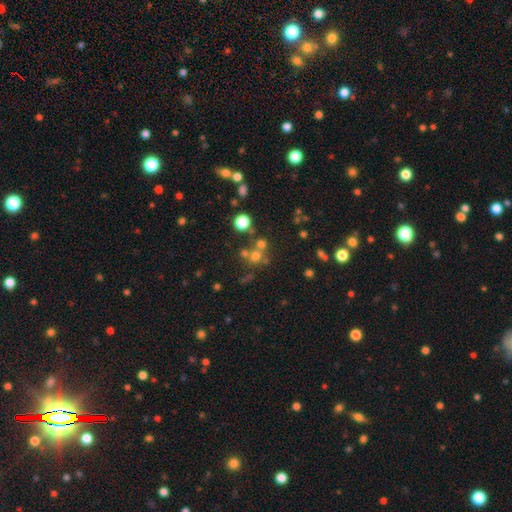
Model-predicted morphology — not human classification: smooth 58%, star or artifact 27%, featured or disk 15%. Down the decision tree: how rounded — round (89%); merging — none (55%).